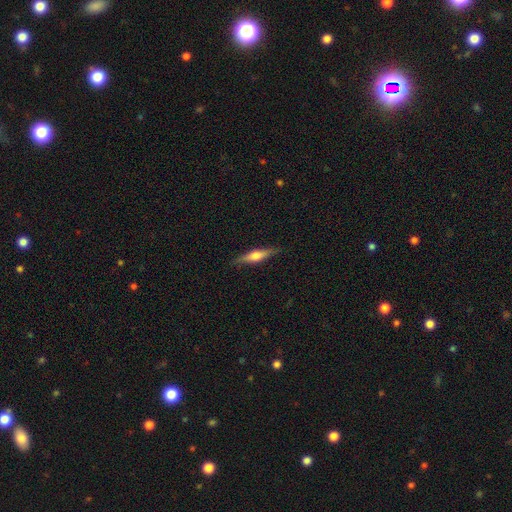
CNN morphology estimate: The model was most divided on "smooth or featured": featured or disk: 56%, smooth: 38%, star or artifact: 6%. More confident: edge-on disk — yes (95%); edge-on bulge — rounded (87%); merging — none (87%).